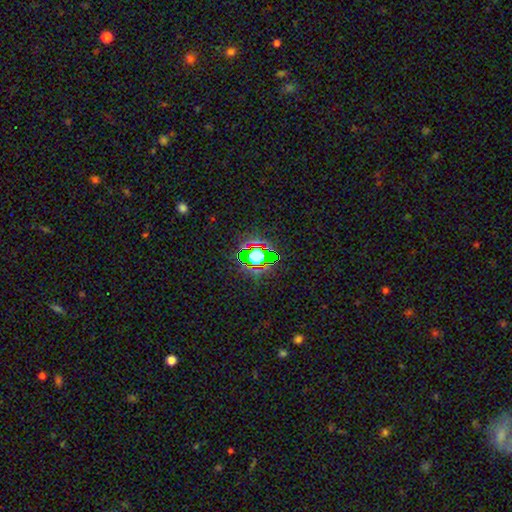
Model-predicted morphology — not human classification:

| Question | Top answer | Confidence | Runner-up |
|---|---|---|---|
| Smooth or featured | star or artifact | 66% | smooth (21%) |